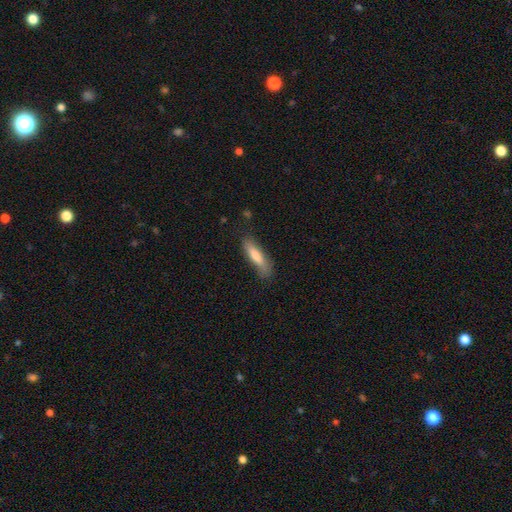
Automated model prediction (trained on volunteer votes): Q: Smooth or featured?
A: smooth (75%); runner-up: featured or disk (19%)
Q: How rounded?
A: cigar-shaped (71%); runner-up: in between (27%)
Q: Merging?
A: none (74%); runner-up: minor disturbance (20%)